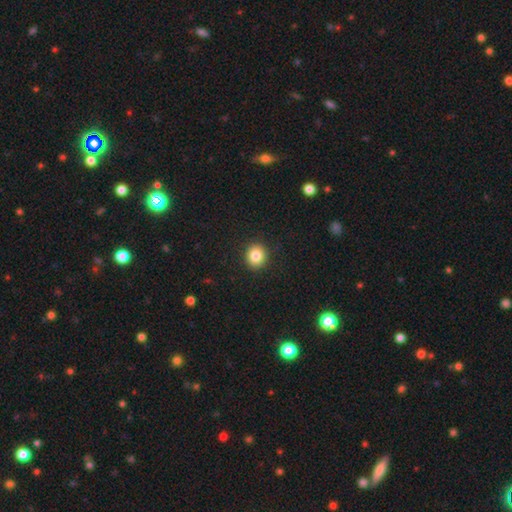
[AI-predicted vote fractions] Morphology: type=smooth (84%); roundness=round (84%); merging=none (92%).